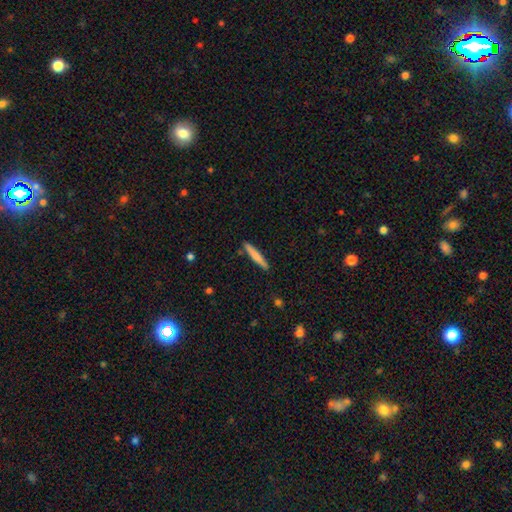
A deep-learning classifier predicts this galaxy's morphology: This appears to be a smooth galaxy with no disk features (70%) that is cigar-shaped (94%). Merging: none (88%).